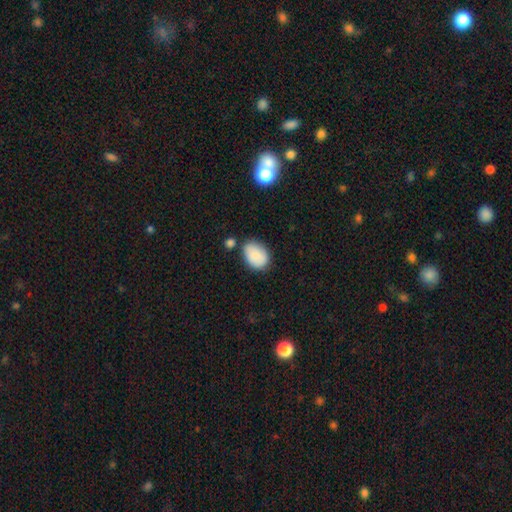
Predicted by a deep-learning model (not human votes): Smooth or featured?
  - smooth: 87% *
  - star or artifact: 7%
  - featured or disk: 5%
How rounded?
  - in between: 78% *
  - round: 21%
  - cigar-shaped: 1%
Merging?
  - none: 64% *
  - minor disturbance: 21%
  - merger: 10%
  - major disturbance: 5%